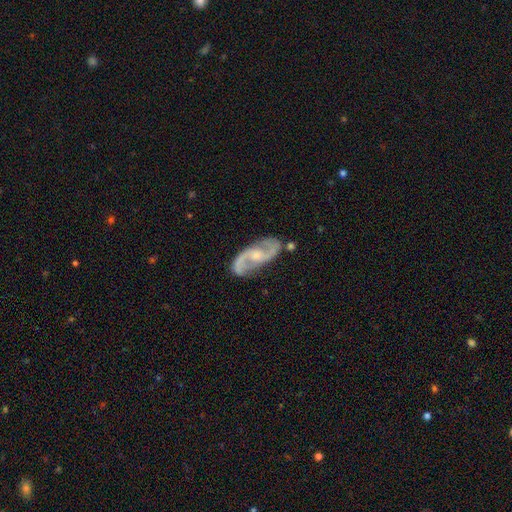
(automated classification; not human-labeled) This appears to be a featured or disk galaxy (90%) with no bar (48%), 2 (93%) medium (52%) spiral arms (97%) and a moderate central bulge (48%). Merging: none (80%).